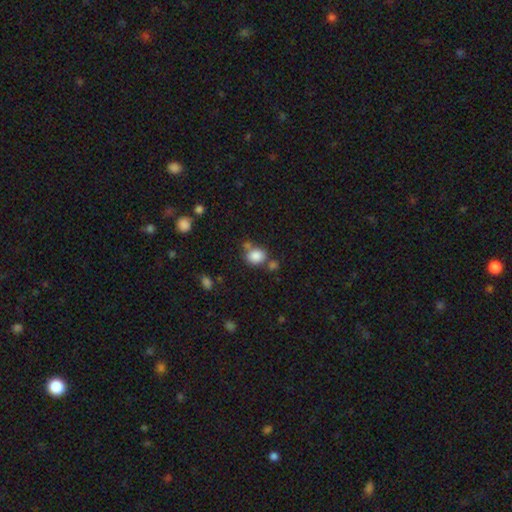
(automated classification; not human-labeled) Overall: smooth (85%). How rounded: round (66%; in between 33%). Merging: none (60%; merger 20%).